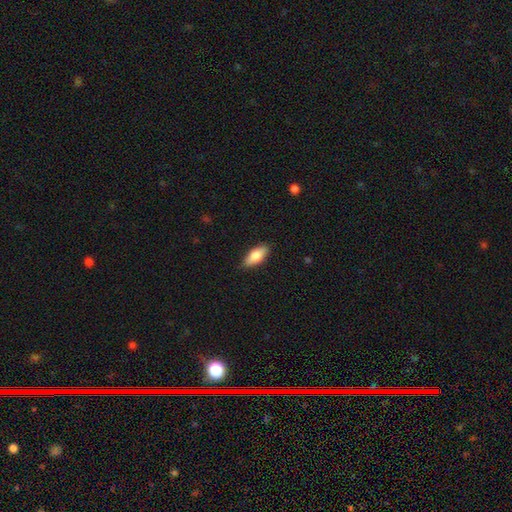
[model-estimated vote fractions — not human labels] The model was most divided on "smooth or featured": smooth: 78%, featured or disk: 16%, star or artifact: 6%. More confident: merging — none (86%); how rounded — in between (81%).